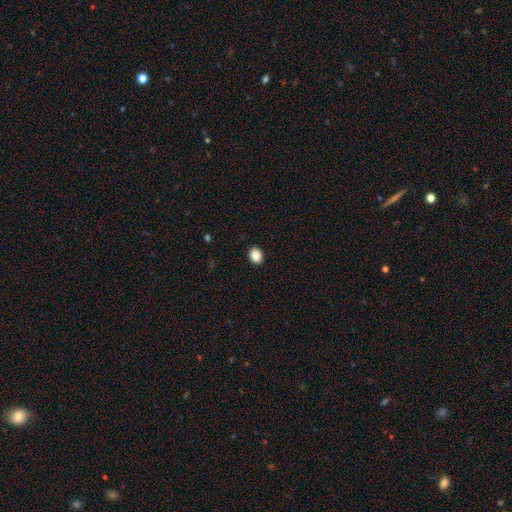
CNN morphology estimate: The model was most divided on "how rounded": round: 51%, in between: 48%, cigar-shaped: 1%. More confident: merging — none (92%); smooth or featured — smooth (88%).